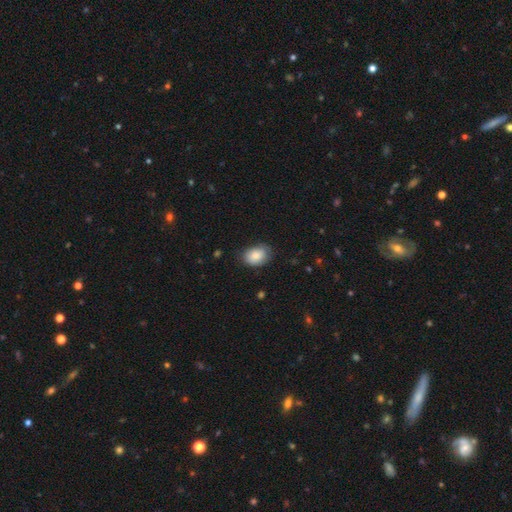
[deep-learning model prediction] Overall: smooth (82%). How rounded: in between (77%). Merging: none (75%).